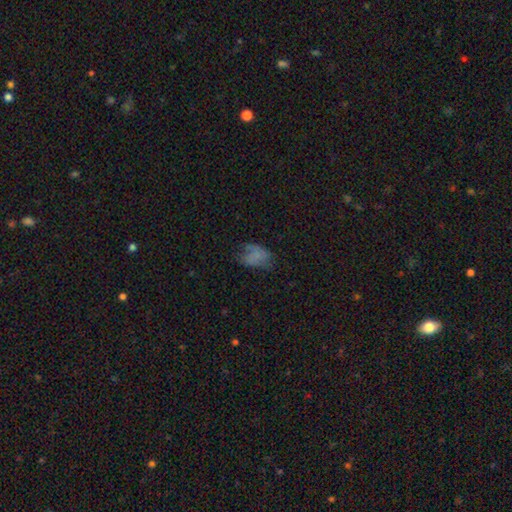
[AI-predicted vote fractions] Smooth or featured?
  - smooth: 63% *
  - featured or disk: 22%
  - star or artifact: 15%
How rounded?
  - in between: 87% *
  - round: 12%
  - cigar-shaped: 2%
Merging?
  - none: 41% *
  - minor disturbance: 30%
  - major disturbance: 26%
  - merger: 3%